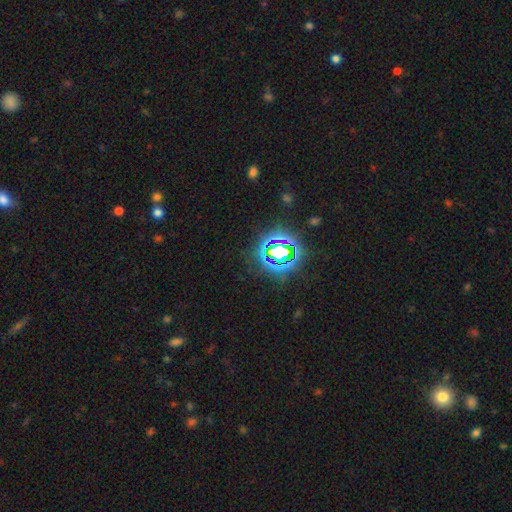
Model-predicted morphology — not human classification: smooth_or_featured: star or artifact (p=0.79) [alt: smooth p=0.14]